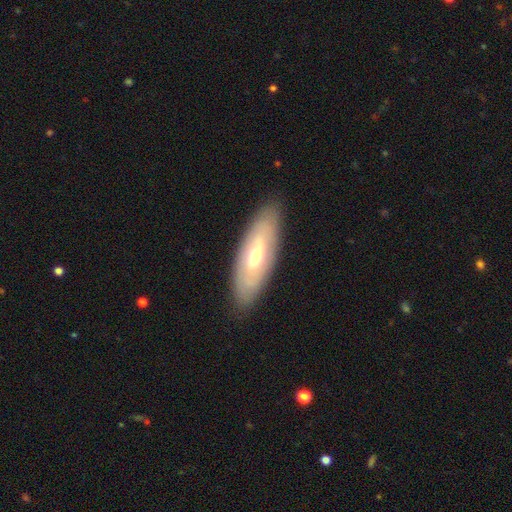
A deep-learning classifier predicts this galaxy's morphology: featured or disk 52%, smooth 41%, star or artifact 6%. Down the decision tree: edge-on disk — no (72%); merging — none (86%).